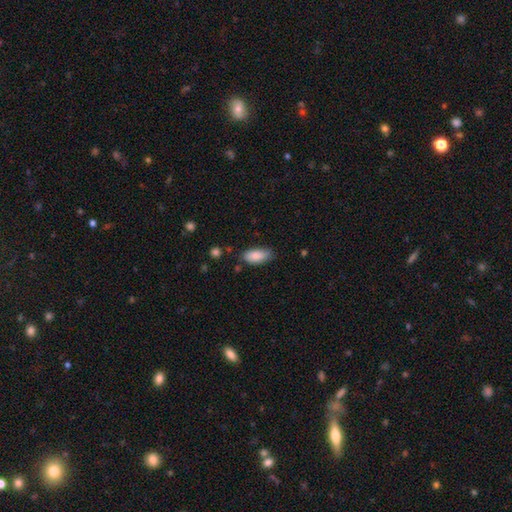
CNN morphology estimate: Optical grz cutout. It shows a smooth galaxy with no disk features (86%) that is in between round and cigar-shaped (90%). Merging: none (76%).